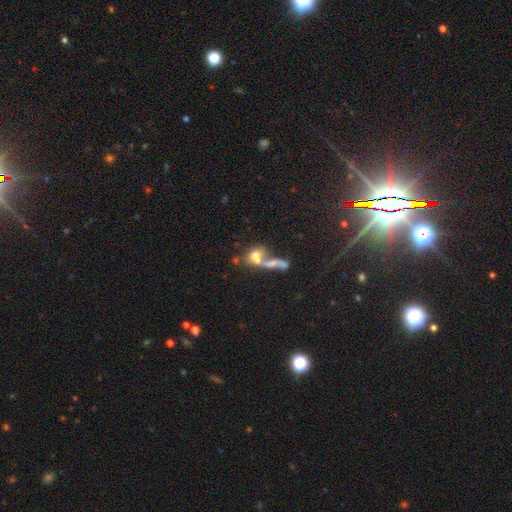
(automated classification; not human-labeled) A smooth galaxy with no disk features (55%) that is in between round and cigar-shaped (50%). Merging: merger (63%).